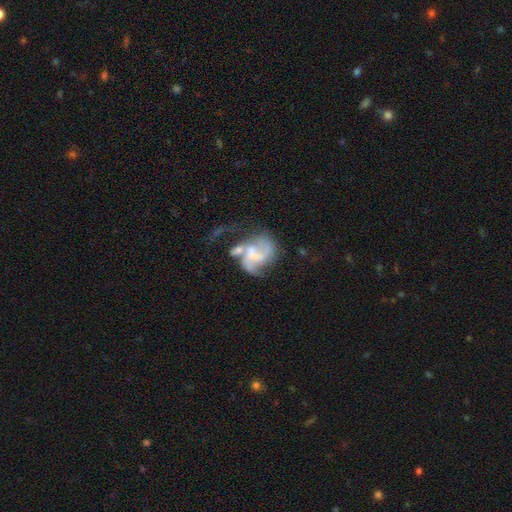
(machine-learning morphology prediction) Smooth or featured? featured or disk (72%)
Edge-on disk? no (98%)
Bar? no (55%)
Spiral arms? yes (77%)
Spiral winding? loose (47%)
Spiral arm count? 2 (64%)
Bulge size? none (40%)
Merging? major disturbance (32%)